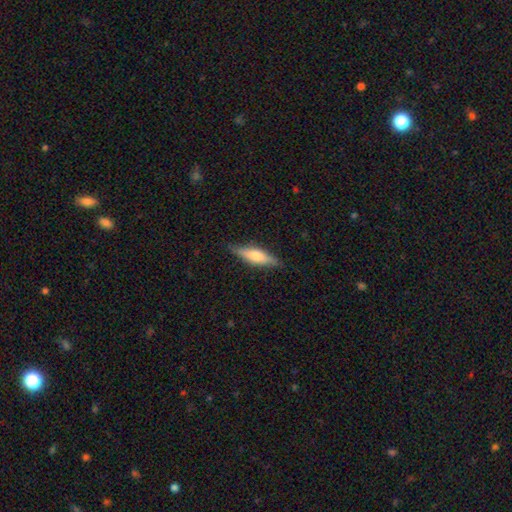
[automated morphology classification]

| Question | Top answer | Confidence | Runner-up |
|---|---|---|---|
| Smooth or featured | smooth | 51% | featured or disk (43%) |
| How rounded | cigar-shaped | 65% | in between (33%) |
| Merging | none | 85% | minor disturbance (12%) |